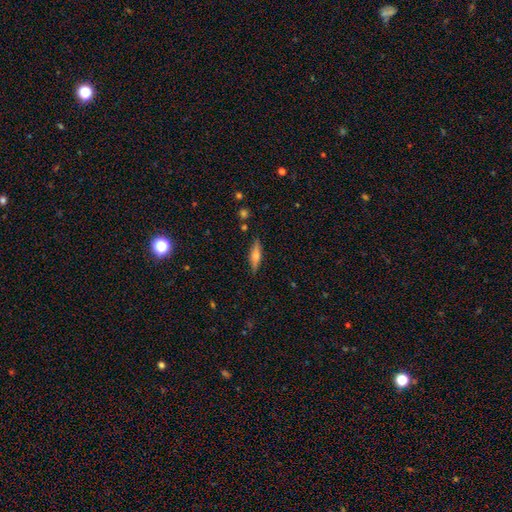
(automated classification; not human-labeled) Smooth or featured: featured or disk — 52% (smooth — 41%)
Edge-on disk: yes — 94% (no — 6%)
Merging: none — 87% (minor disturbance — 10%)